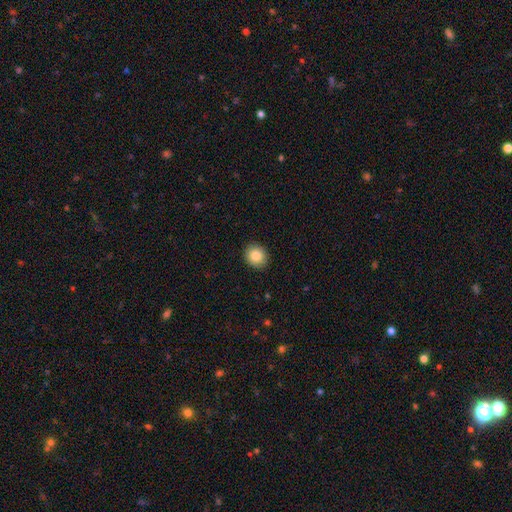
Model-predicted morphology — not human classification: type=smooth (85%); roundness=round (74%); merging=none (91%).